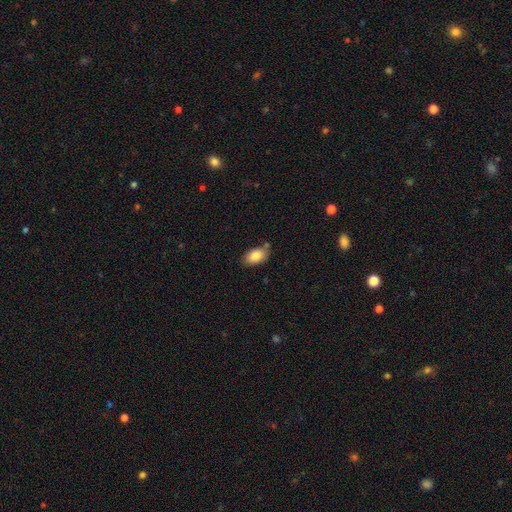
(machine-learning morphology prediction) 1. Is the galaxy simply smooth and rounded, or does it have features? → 85% smooth, 8% featured or disk, 7% star or artifact.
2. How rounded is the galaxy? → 92% in between, 7% round, 2% cigar-shaped.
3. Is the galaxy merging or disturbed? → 73% none, 17% minor disturbance, 7% merger, 3% major disturbance.